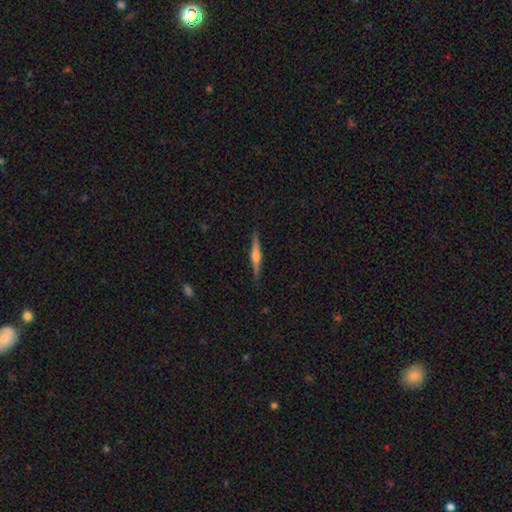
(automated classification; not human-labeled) Smooth or featured?
  - featured or disk: 70% *
  - smooth: 24%
  - star or artifact: 6%
Edge-on disk?
  - yes: 98% *
  - no: 2%
Edge-on bulge?
  - rounded: 86% *
  - boxy: 8%
  - none: 6%
Merging?
  - none: 90% *
  - minor disturbance: 7%
  - major disturbance: 2%
  - merger: 1%